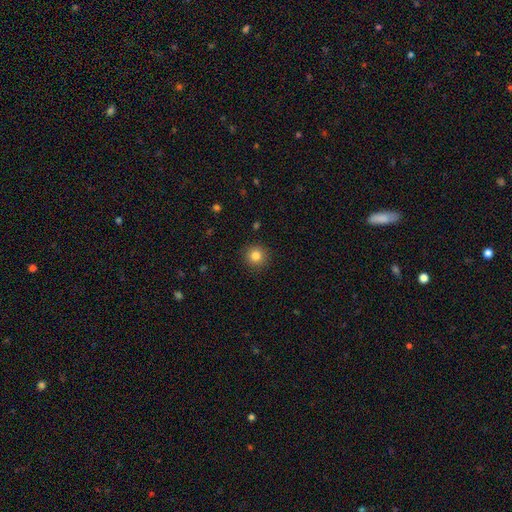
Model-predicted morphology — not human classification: Smooth or featured?
  - smooth: 83% *
  - star or artifact: 11%
  - featured or disk: 6%
How rounded?
  - round: 95% *
  - in between: 4%
  - cigar-shaped: 1%
Merging?
  - none: 91% *
  - minor disturbance: 6%
  - major disturbance: 2%
  - merger: 1%